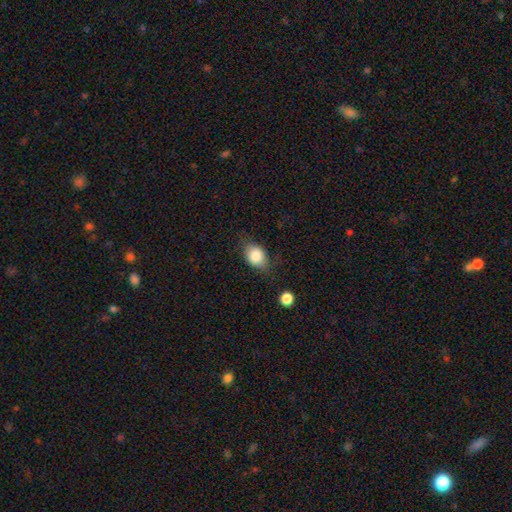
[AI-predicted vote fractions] smooth 82%, featured or disk 10%, star or artifact 8%. Down the decision tree: how rounded — in between (70%); merging — none (67%).